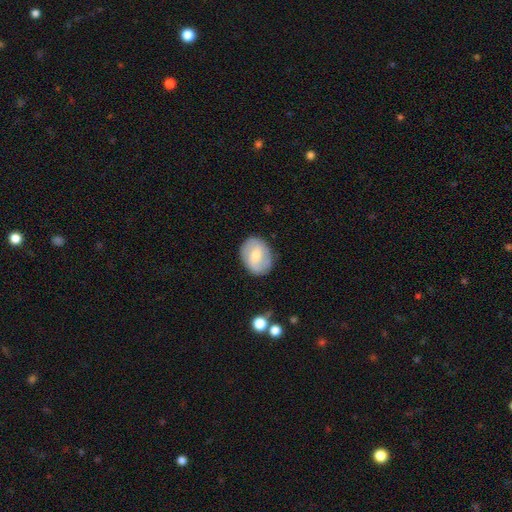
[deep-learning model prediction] This is possibly a smooth galaxy (52%). How rounded: possibly in between (56%). Merging: clearly none (83%).